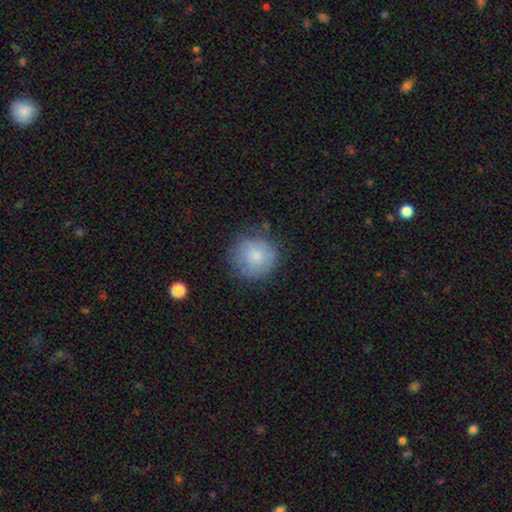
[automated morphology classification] This is likely a smooth galaxy (72%). How rounded: clearly round (91%). Merging: likely none (71%).